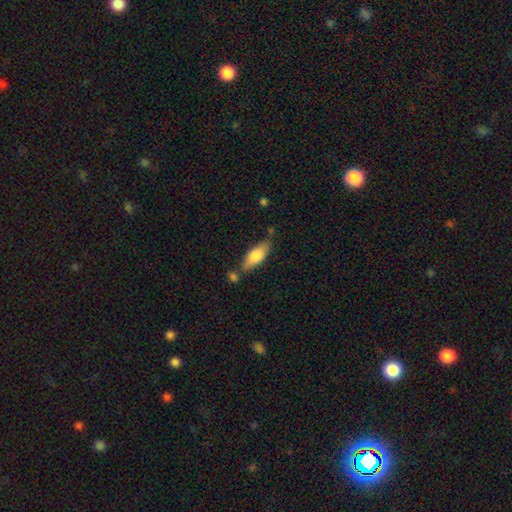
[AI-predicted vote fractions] Morphology: type=smooth (76%); roundness=in between (70%); merging=none (63%).